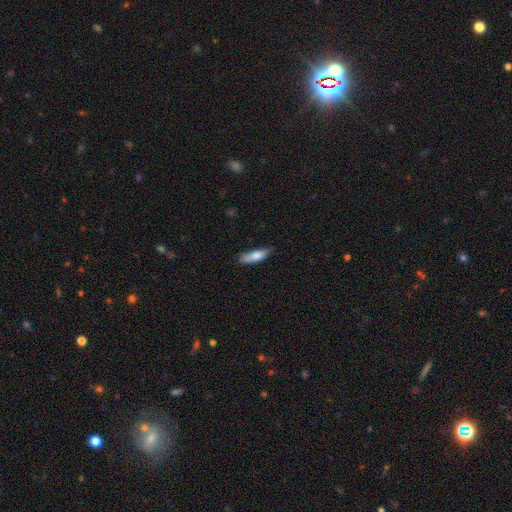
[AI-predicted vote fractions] Smooth or featured: smooth — 76% (featured or disk — 18%)
How rounded: cigar-shaped — 60% (in between — 38%)
Merging: none — 68% (minor disturbance — 25%)